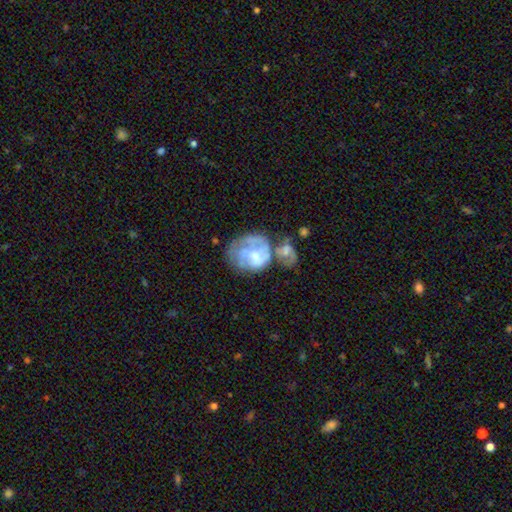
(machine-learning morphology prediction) Smooth or featured: featured or disk — 58% (smooth — 33%)
Edge-on disk: no — 97% (yes — 3%)
Bar: no — 68% (weak — 27%)
Spiral arms: no — 55% (yes — 45%)
Bulge size: moderate — 44% (small — 35%)
Merging: merger — 35% (major disturbance — 24%)